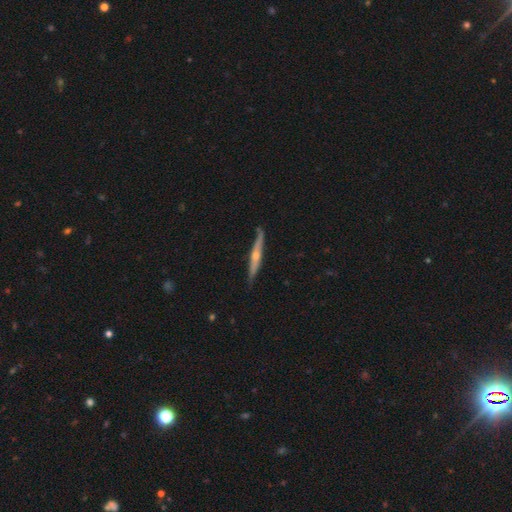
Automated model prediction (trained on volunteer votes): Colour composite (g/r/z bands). It shows a featured or disk galaxy (73%) viewed edge-on (96%) with a rounded central bulge (85%). Merging: none (87%).